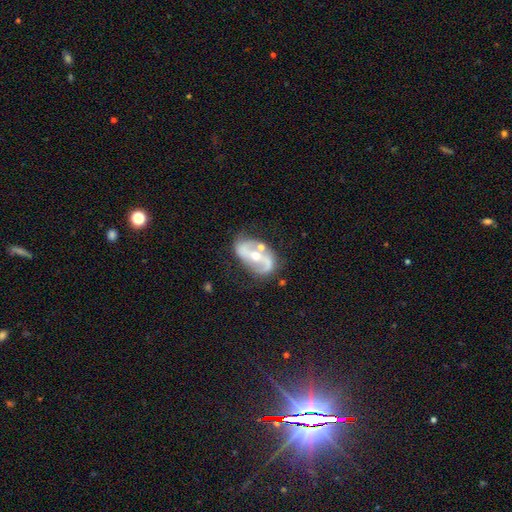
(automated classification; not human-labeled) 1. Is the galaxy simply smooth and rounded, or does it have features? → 84% featured or disk, 10% smooth, 6% star or artifact.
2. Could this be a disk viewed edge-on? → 95% no, 5% yes.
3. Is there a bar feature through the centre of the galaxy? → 41% strong, 32% no, 27% weak.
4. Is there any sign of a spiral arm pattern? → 86% yes, 14% no.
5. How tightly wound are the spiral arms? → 49% loose, 36% medium, 15% tight.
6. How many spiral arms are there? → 89% 2, 5% can't tell, 3% 1, 1% 3, 1% 4, 1% more than 4.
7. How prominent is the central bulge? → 57% moderate, 39% small, 2% large, 1% none, 1% dominant.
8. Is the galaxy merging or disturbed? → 65% none, 18% minor disturbance, 9% merger, 8% major disturbance.